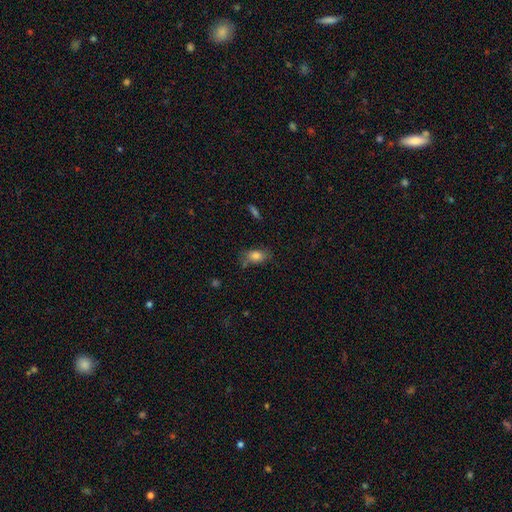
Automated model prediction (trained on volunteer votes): smooth_or_featured: smooth (p=0.81) [alt: star or artifact p=0.10]
how_rounded: in between (p=0.83) [alt: round p=0.13]
merging: none (p=0.64) [alt: minor disturbance p=0.23]